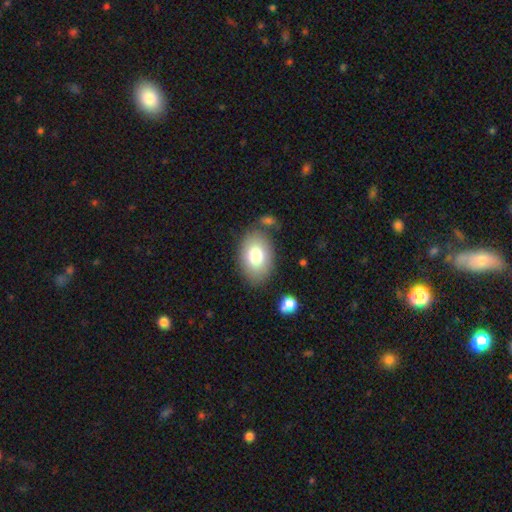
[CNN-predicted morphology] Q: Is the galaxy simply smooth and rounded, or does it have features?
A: smooth — 78%.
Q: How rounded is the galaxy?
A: in between — 84%.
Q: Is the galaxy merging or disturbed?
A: none — 78%.